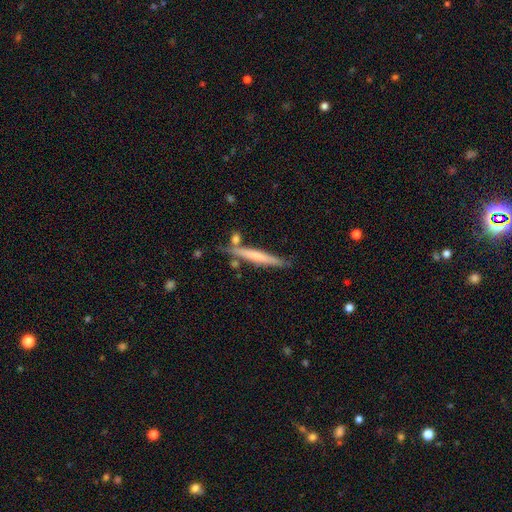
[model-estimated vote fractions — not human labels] smooth 54%, featured or disk 40%, star or artifact 6%. Down the decision tree: how rounded — cigar-shaped (95%); merging — none (76%).